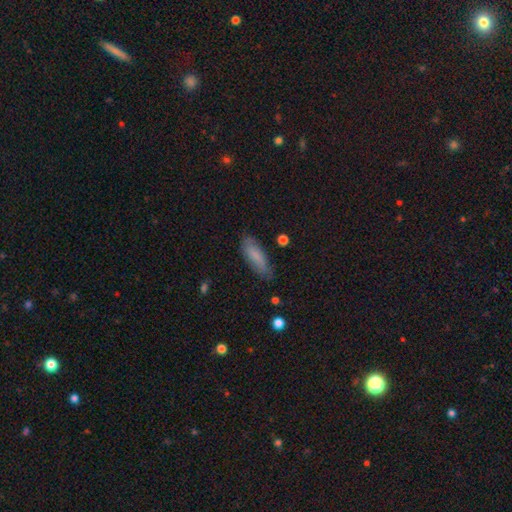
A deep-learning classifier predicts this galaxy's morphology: smooth 77%, featured or disk 16%, star or artifact 7%. Down the decision tree: how rounded — in between (57%); merging — none (77%).